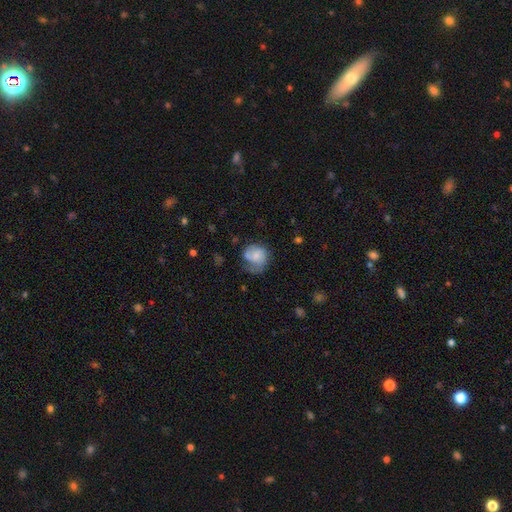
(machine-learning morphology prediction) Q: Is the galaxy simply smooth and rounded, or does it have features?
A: smooth — 57%.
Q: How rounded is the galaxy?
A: round — 69%.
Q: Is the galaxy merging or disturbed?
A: none — 38%.